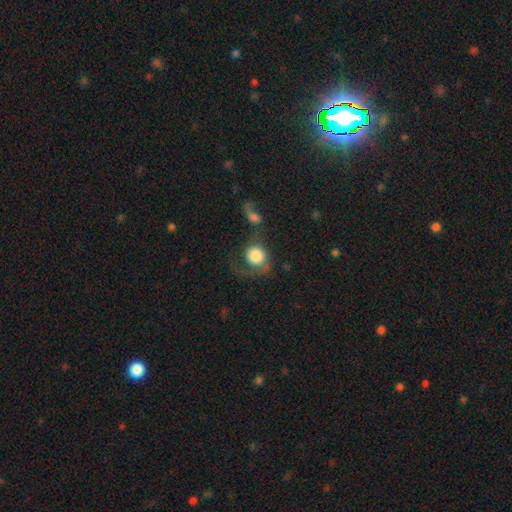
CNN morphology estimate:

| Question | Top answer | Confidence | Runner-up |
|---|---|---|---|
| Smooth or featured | smooth | 71% | featured or disk (21%) |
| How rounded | round | 78% | in between (21%) |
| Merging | major disturbance | 32% | none (29%) |